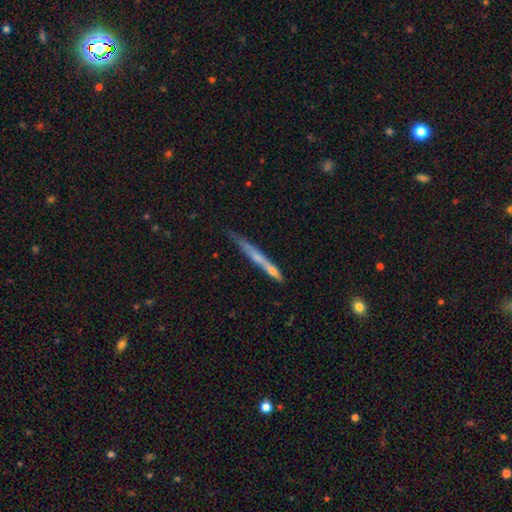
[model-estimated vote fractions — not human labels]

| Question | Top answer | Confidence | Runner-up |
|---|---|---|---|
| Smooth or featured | smooth | 50% | featured or disk (43%) |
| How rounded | cigar-shaped | 94% | in between (4%) |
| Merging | none | 57% | minor disturbance (25%) |